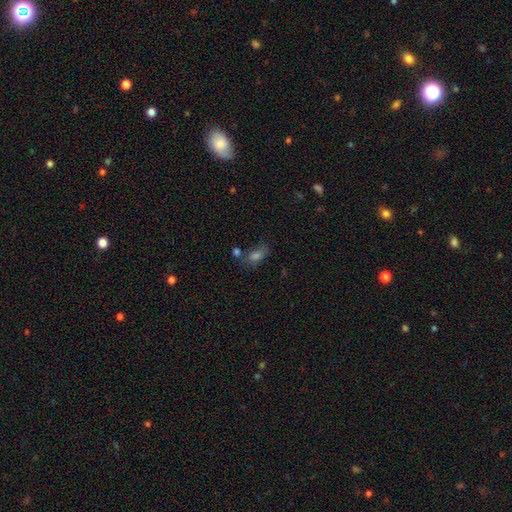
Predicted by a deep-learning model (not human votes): smooth 58%, star or artifact 26%, featured or disk 16%. Down the decision tree: how rounded — in between (78%); merging — none (50%).